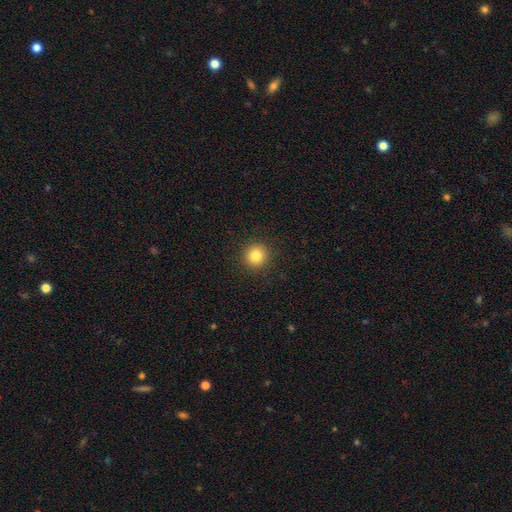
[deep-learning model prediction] smooth_or_featured: smooth (p=0.82) [alt: star or artifact p=0.12]
how_rounded: round (p=0.95) [alt: in between p=0.05]
merging: none (p=0.92) [alt: minor disturbance p=0.05]